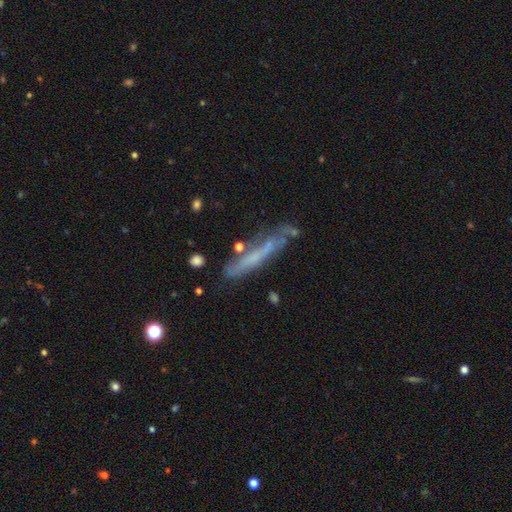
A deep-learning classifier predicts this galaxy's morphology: smooth-or-featured: featured or disk: 50% | smooth: 40% | star or artifact: 9%
  disk-edge-on: yes: 73% | no: 27%
  merging: none: 63% | minor disturbance: 22% | major disturbance: 9% | merger: 6%